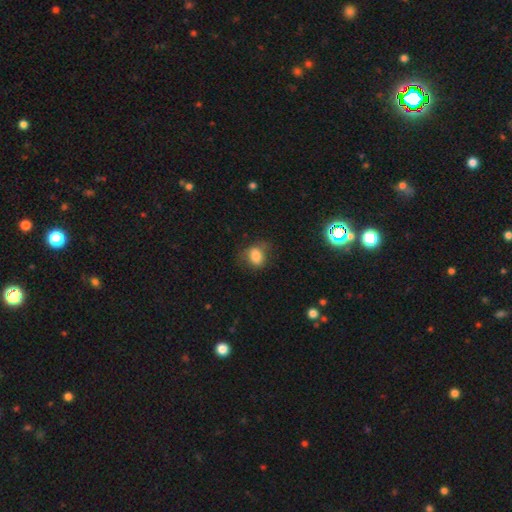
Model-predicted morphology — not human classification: The model was most divided on "how rounded": in between: 55%, round: 44%, cigar-shaped: 1%. More confident: smooth or featured — smooth (79%); merging — none (63%).